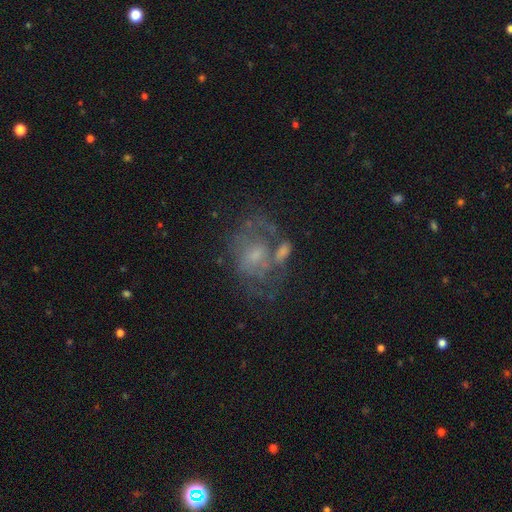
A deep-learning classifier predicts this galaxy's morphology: smooth-or-featured: featured or disk: 62% | smooth: 25% | star or artifact: 13%
  disk-edge-on: no: 97% | yes: 3%
    bar: no: 66% | weak: 28% | strong: 5%
    has-spiral-arms: no: 55% | yes: 45%
    bulge-size: small: 49% | moderate: 29% | none: 17% | large: 3% | dominant: 1%
  merging: none: 36% | major disturbance: 26% | merger: 20% | minor disturbance: 18%